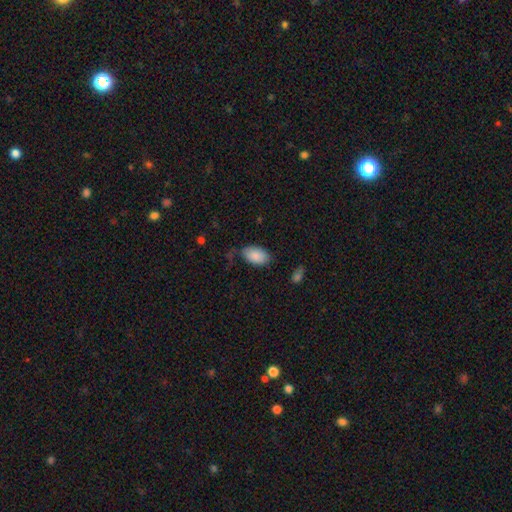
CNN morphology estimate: Smooth or featured?
  - smooth: 87% *
  - star or artifact: 7%
  - featured or disk: 7%
How rounded?
  - in between: 94% *
  - round: 4%
  - cigar-shaped: 1%
Merging?
  - none: 67% *
  - minor disturbance: 23%
  - major disturbance: 7%
  - merger: 3%